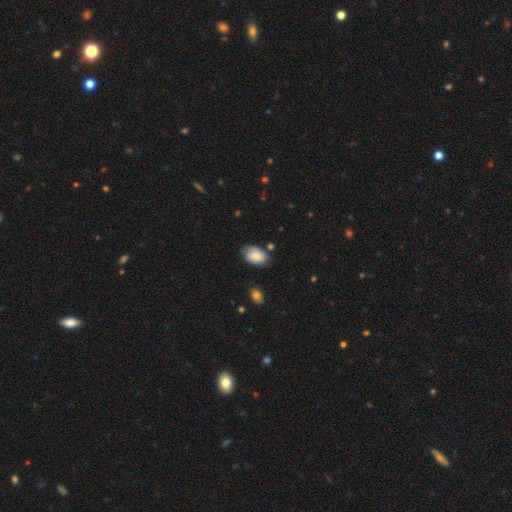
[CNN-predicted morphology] smooth 78%, featured or disk 15%, star or artifact 7%. Down the decision tree: how rounded — in between (91%); merging — none (69%).